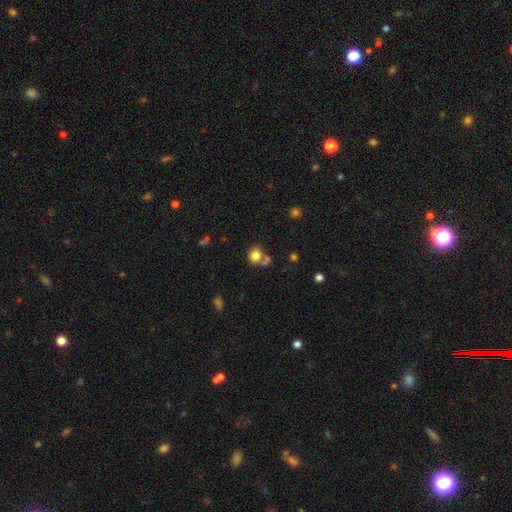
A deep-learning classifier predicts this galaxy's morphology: smooth 80%, star or artifact 12%, featured or disk 8%. Down the decision tree: how rounded — round (78%); merging — none (59%).